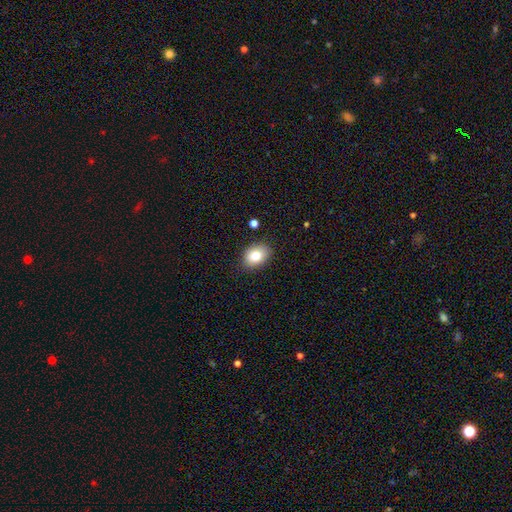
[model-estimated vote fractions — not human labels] This appears to be a smooth galaxy with no disk features (81%) that is in between round and cigar-shaped (73%). Merging: none (86%).